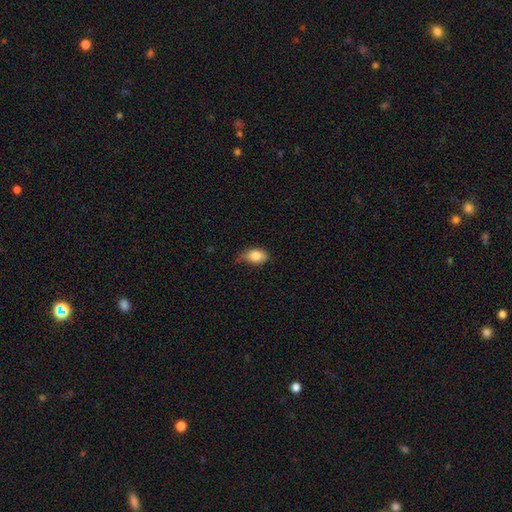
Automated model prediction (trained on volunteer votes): Overall: smooth (85%). How rounded: in between (85%). Merging: none (52%; minor disturbance 38%).